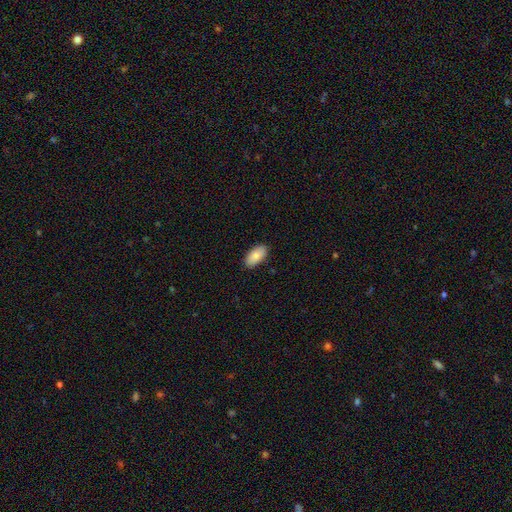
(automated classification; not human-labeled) smooth_or_featured: smooth (p=0.85) [alt: featured or disk p=0.09]
how_rounded: in between (p=0.95) [alt: cigar-shaped p=0.03]
merging: none (p=0.89) [alt: minor disturbance p=0.08]